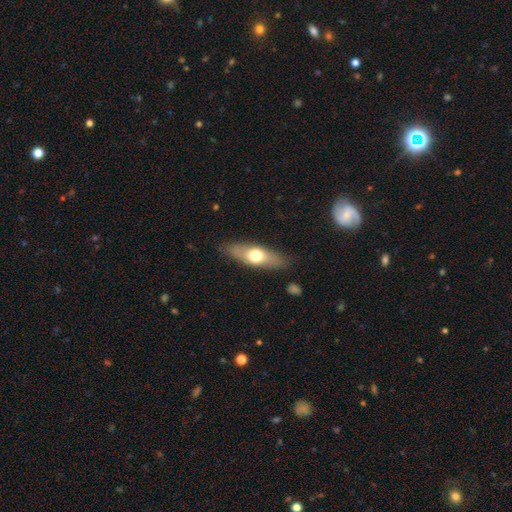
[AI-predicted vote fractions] A smooth galaxy with no disk features (57%) that is in between round and cigar-shaped (56%). Merging: none (84%).